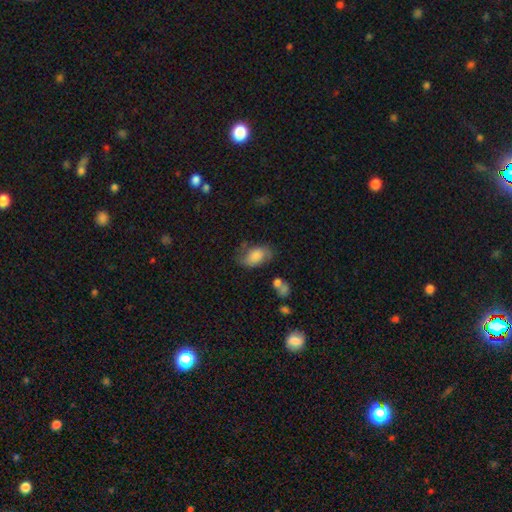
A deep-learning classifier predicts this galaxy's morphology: A smooth galaxy with no disk features (66%) that is in between round and cigar-shaped (90%). Merging: none (54%).